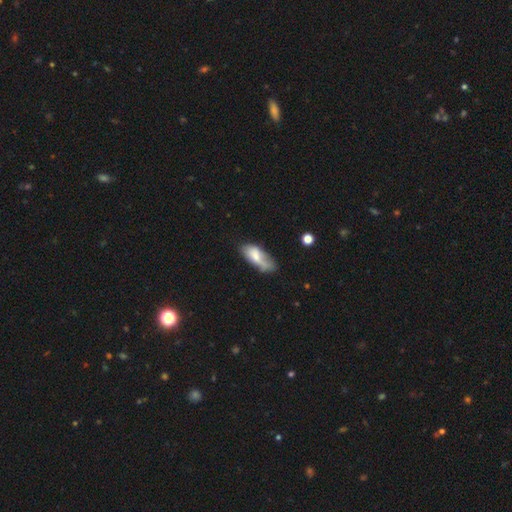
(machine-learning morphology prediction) Smooth or featured: smooth — 67% (featured or disk — 25%)
How rounded: in between — 79% (cigar-shaped — 19%)
Merging: none — 37% (minor disturbance — 34%)